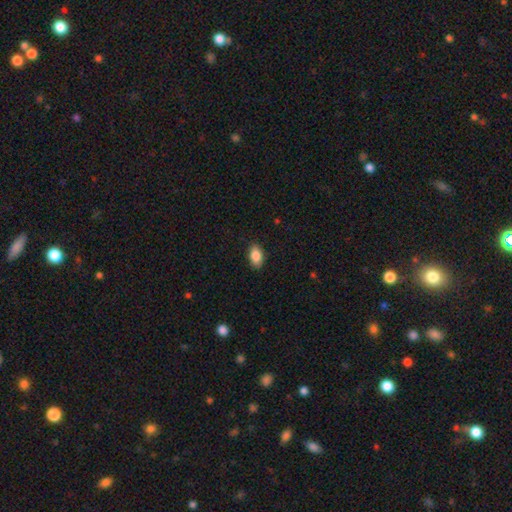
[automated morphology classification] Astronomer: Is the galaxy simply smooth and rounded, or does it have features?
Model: smooth — 87%.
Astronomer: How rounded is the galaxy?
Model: in between — 92%.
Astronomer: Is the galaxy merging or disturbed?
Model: none — 88%.